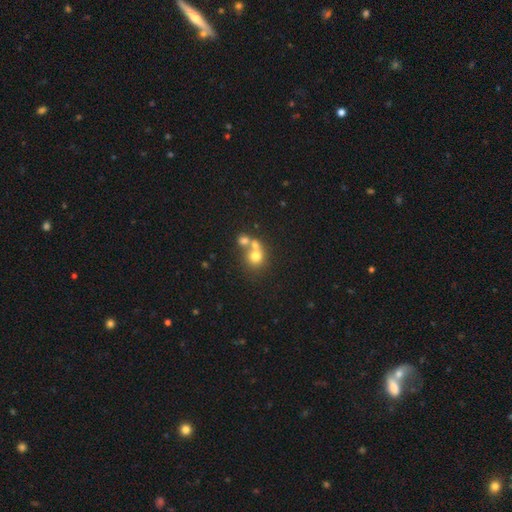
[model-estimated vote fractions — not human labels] Morphology: type=smooth (67%); roundness=round (82%); merging=merger (54%).